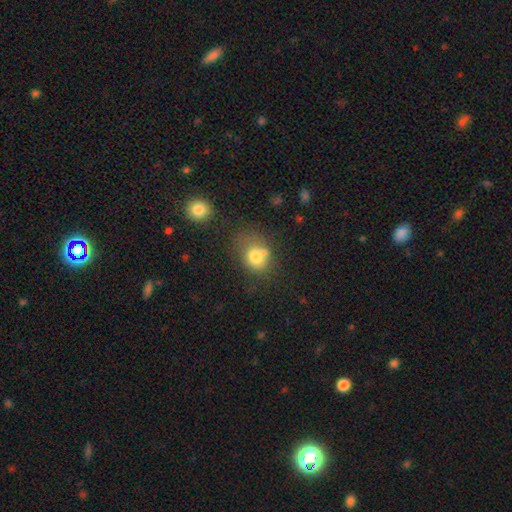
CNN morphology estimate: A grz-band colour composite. It shows a smooth galaxy with no disk features (73%) that is round (56%). Merging: none (39%).